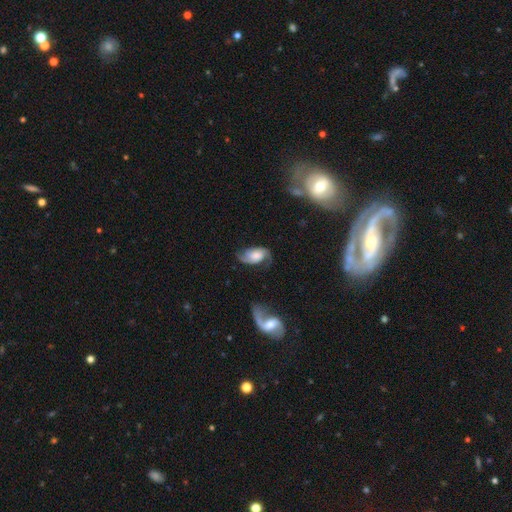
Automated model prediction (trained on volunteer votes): The model was most divided on "spiral winding": medium: 45%, loose: 33%, tight: 22%. Remaining: edge-on disk — no (96%); spiral arms — yes (94%); spiral arm count — 2 (88%); smooth or featured — featured or disk (74%); merging — none (63%); bar — no (62%); bulge size — moderate (37%).